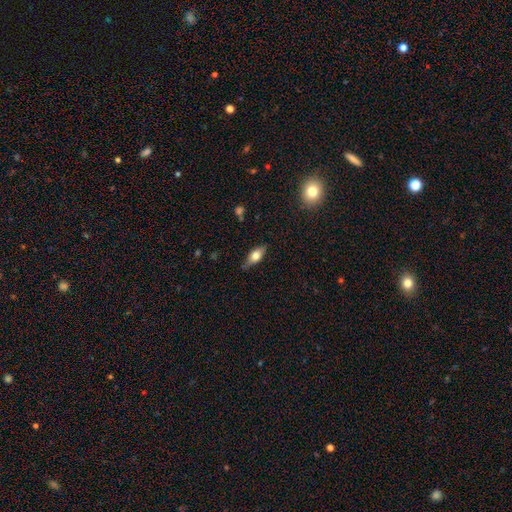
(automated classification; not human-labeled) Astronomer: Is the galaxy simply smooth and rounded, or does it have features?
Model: smooth — 64%.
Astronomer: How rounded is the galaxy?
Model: in between — 78%.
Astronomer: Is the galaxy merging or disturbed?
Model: none — 76%.